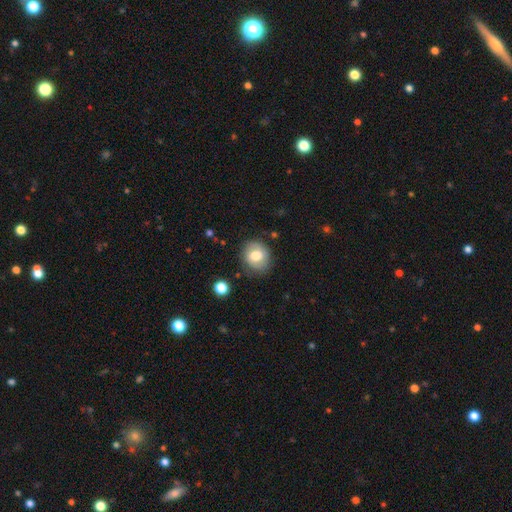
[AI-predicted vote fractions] A smooth galaxy with no disk features (66%) that is round (72%). Merging: none (78%).